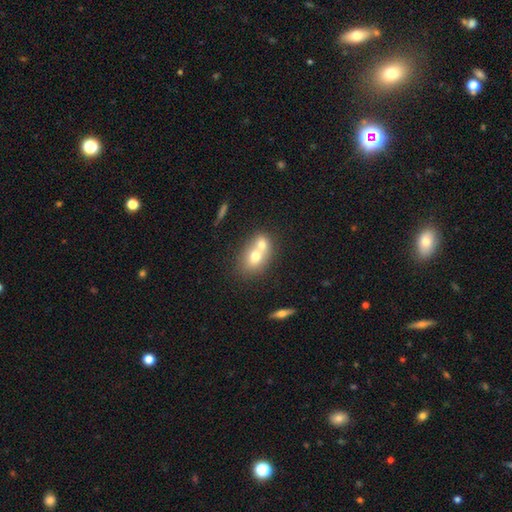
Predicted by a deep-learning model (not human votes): Smooth or featured? smooth (65%)
How rounded? in between (60%)
Merging? merger (68%)